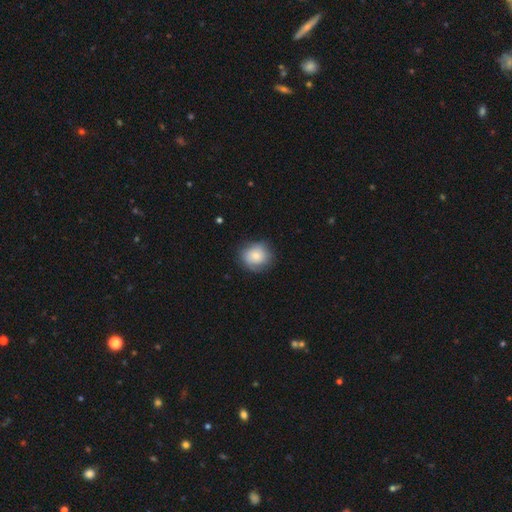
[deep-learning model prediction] Smooth or featured? smooth (73%)
How rounded? round (82%)
Merging? none (74%)